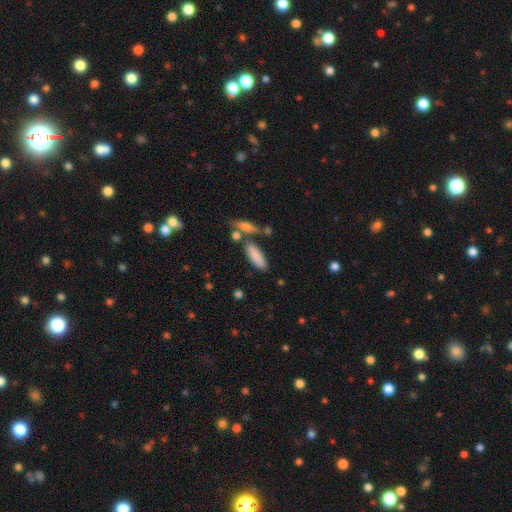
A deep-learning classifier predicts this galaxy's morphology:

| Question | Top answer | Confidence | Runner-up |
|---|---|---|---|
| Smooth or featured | smooth | 85% | featured or disk (8%) |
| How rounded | in between | 65% | cigar-shaped (33%) |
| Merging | none | 68% | merger (16%) |